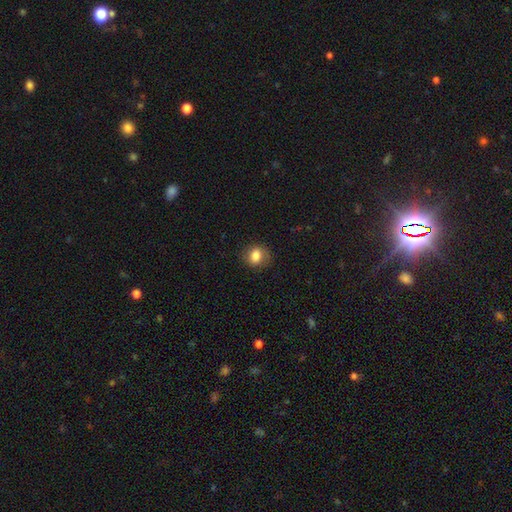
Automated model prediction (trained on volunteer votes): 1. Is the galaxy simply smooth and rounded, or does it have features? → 79% smooth, 11% featured or disk, 9% star or artifact.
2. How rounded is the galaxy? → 58% round, 41% in between, 1% cigar-shaped.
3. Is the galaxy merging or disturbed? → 82% none, 13% minor disturbance, 4% major disturbance, 1% merger.